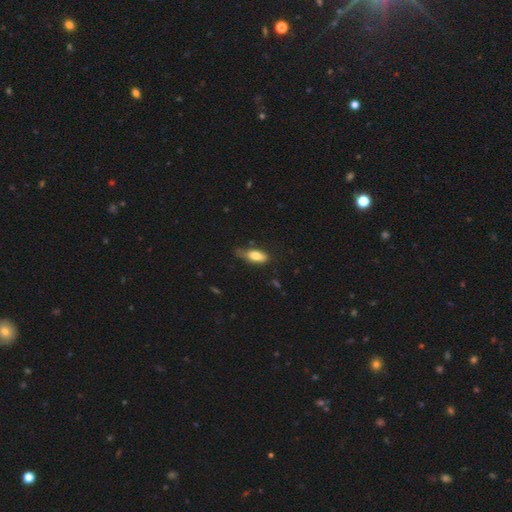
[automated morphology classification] Smooth or featured?
  - smooth: 75% *
  - featured or disk: 18%
  - star or artifact: 7%
How rounded?
  - in between: 77% *
  - cigar-shaped: 20%
  - round: 3%
Merging?
  - none: 45% *
  - minor disturbance: 39%
  - major disturbance: 13%
  - merger: 3%